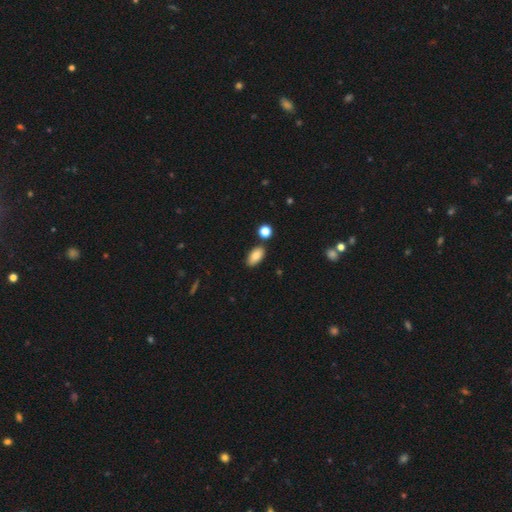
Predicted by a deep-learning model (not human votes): Smooth or featured? Predicted: smooth (p=0.83). How rounded? Predicted: in between (p=0.92). Merging? Predicted: none (p=0.83).